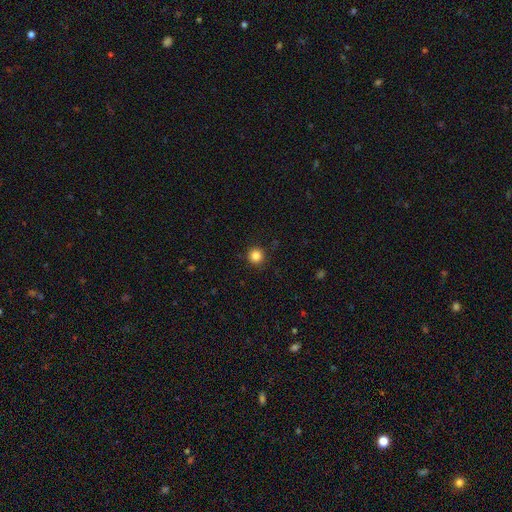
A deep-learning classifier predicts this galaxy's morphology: type=smooth (85%); roundness=round (95%); merging=none (92%).